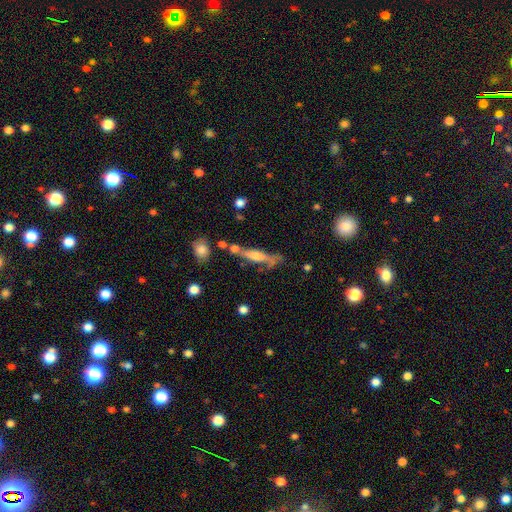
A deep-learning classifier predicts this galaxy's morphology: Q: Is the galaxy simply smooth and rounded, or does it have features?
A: featured or disk — 53%.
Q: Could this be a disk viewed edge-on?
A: yes — 84%.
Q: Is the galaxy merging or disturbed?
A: none — 58%.